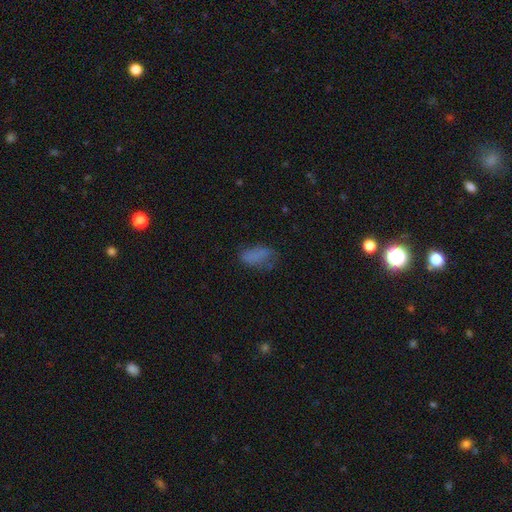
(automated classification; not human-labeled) Overall: smooth (73%). How rounded: in between (88%). Merging: none (51%; minor disturbance 28%).